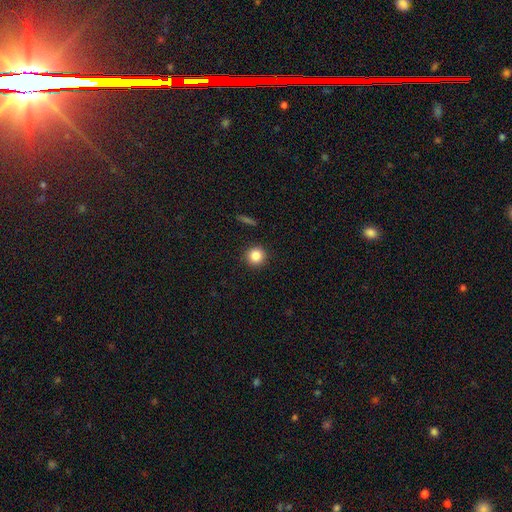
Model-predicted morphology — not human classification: Smooth or featured? smooth (84%)
How rounded? round (94%)
Merging? none (92%)